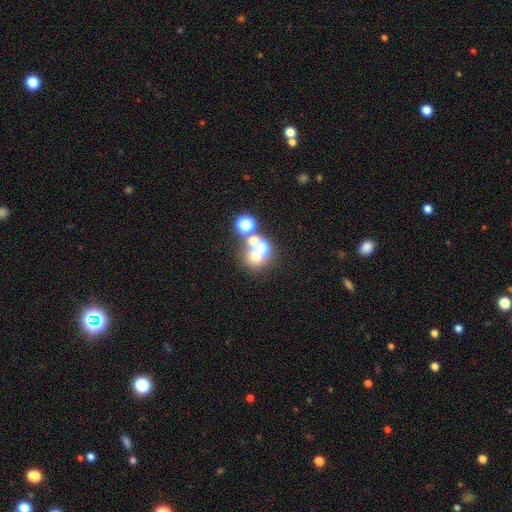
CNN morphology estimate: This is possibly a smooth galaxy (45%). Merging: possibly none (52%).